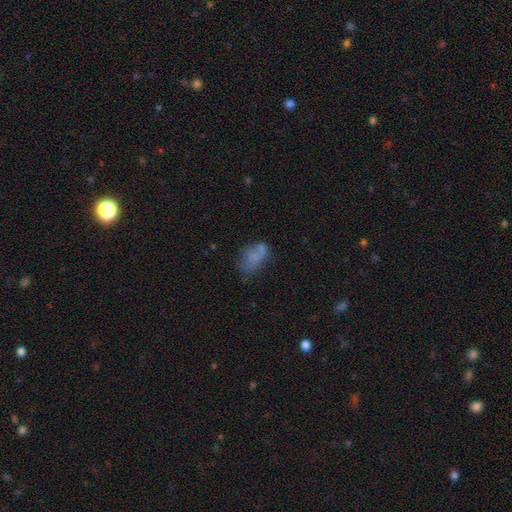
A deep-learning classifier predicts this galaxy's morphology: The model was most divided on "merging": none: 39%, minor disturbance: 23%, merger: 19%, major disturbance: 19%. More confident: how rounded — in between (84%); smooth or featured — smooth (61%).